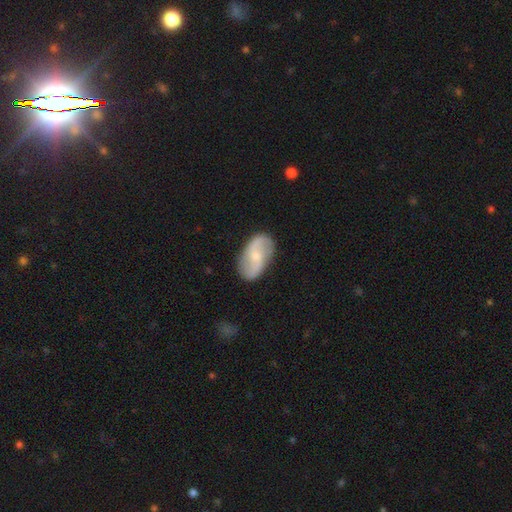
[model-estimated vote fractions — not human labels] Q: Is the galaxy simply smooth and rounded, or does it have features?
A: featured or disk — 73%.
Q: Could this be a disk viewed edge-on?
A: no — 96%.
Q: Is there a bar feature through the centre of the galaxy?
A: no — 49%.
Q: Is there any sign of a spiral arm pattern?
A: yes — 92%.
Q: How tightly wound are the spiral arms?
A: loose — 58%.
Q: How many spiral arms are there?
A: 2 — 91%.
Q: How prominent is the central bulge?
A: small — 58%.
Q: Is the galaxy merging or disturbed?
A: none — 82%.